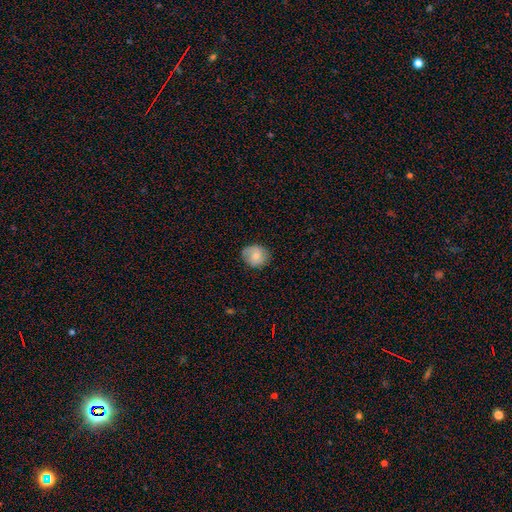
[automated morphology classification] smooth_or_featured: smooth (p=0.69) [alt: featured or disk p=0.24]
how_rounded: round (p=0.75) [alt: in between p=0.24]
merging: none (p=0.78) [alt: minor disturbance p=0.18]